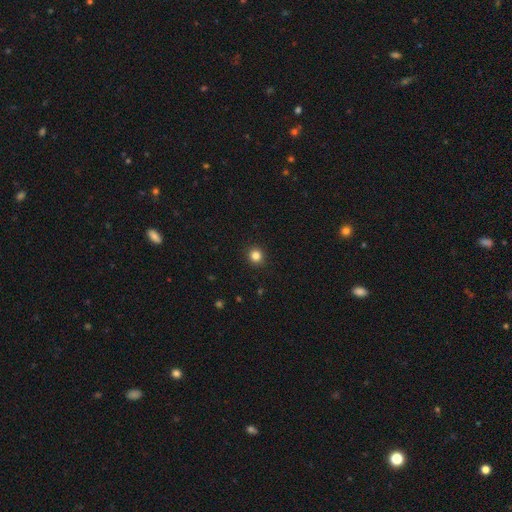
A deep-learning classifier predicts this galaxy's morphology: type=smooth (84%); roundness=round (91%); merging=none (93%).